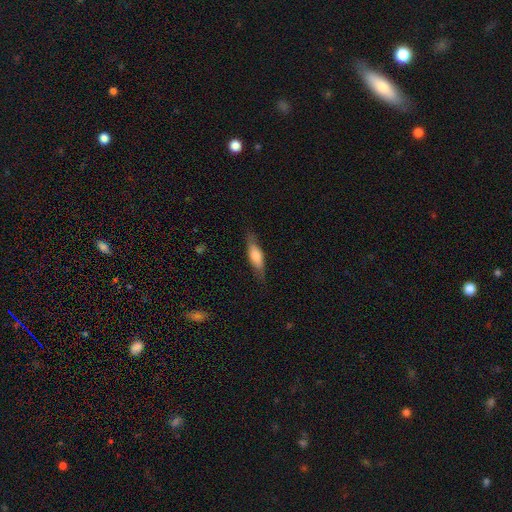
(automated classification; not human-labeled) Morphology: type=smooth (62%); roundness=cigar-shaped (53%); merging=none (78%).